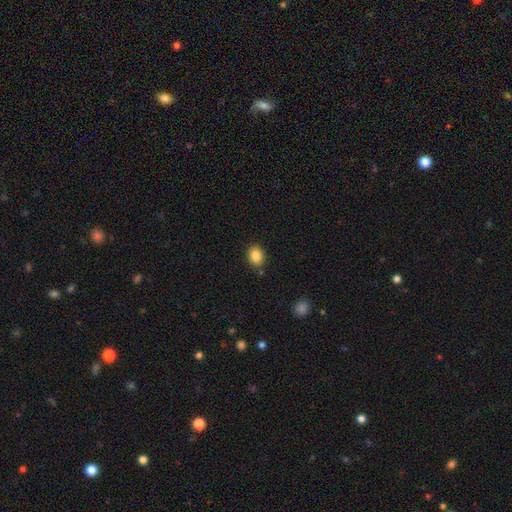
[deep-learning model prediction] The model was most divided on "how rounded": round: 50%, in between: 49%, cigar-shaped: 1%. More confident: smooth or featured — smooth (86%); merging — none (84%).